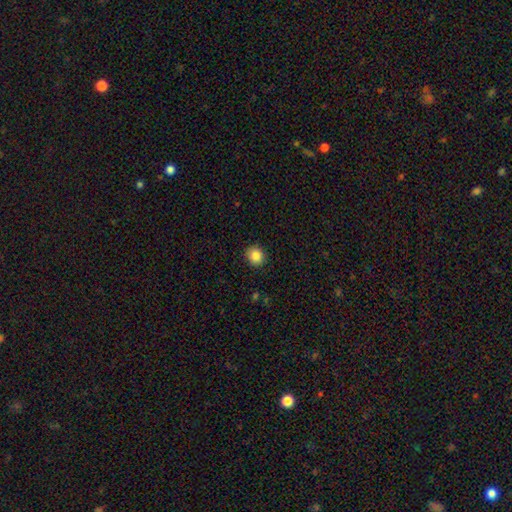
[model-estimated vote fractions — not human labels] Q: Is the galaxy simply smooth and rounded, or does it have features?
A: smooth — 85%.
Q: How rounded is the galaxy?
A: round — 84%.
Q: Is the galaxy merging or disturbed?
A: none — 91%.